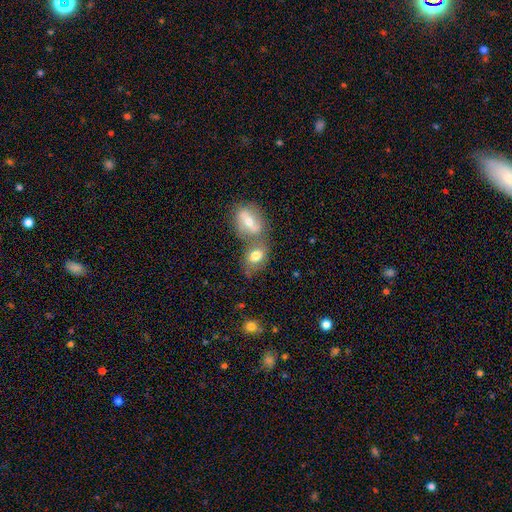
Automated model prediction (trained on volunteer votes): Smooth or featured?
  - smooth: 67% *
  - featured or disk: 24%
  - star or artifact: 8%
How rounded?
  - in between: 76% *
  - round: 21%
  - cigar-shaped: 2%
Merging?
  - merger: 48% *
  - none: 35%
  - minor disturbance: 12%
  - major disturbance: 5%